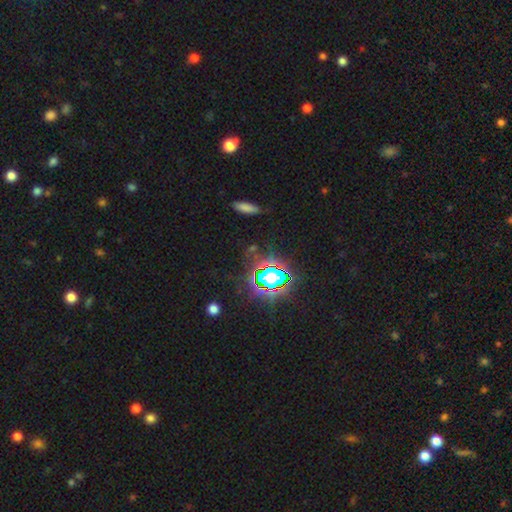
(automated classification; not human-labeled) Smooth or featured: star or artifact — 74% (smooth — 16%)